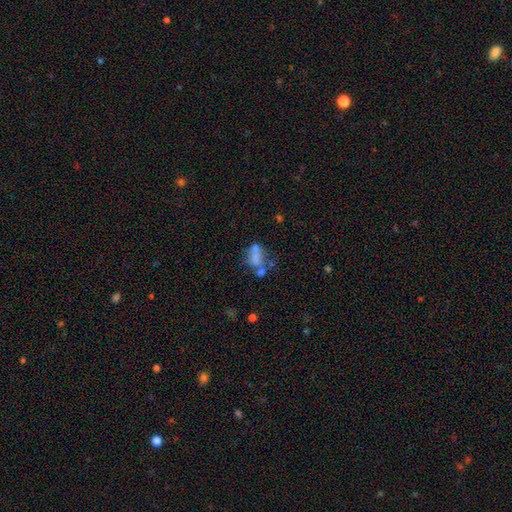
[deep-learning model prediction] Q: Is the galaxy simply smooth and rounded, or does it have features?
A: smooth — 57%.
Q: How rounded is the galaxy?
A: in between — 78%.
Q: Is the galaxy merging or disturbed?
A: merger — 39%.